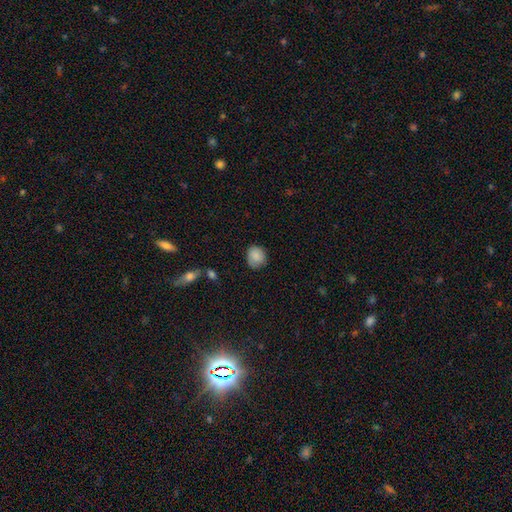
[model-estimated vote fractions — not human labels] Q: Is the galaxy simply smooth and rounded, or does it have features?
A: smooth — 87%.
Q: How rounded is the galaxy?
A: round — 73%.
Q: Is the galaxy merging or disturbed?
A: none — 77%.